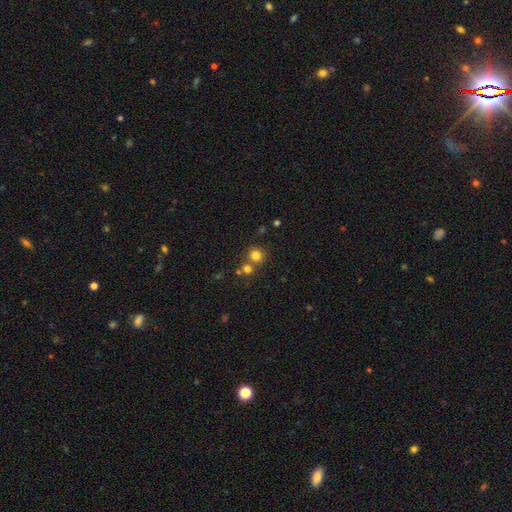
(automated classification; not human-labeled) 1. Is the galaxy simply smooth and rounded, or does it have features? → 78% smooth, 15% star or artifact, 7% featured or disk.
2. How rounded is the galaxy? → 89% round, 10% in between, 1% cigar-shaped.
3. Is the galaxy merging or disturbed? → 65% none, 24% merger, 7% minor disturbance, 3% major disturbance.